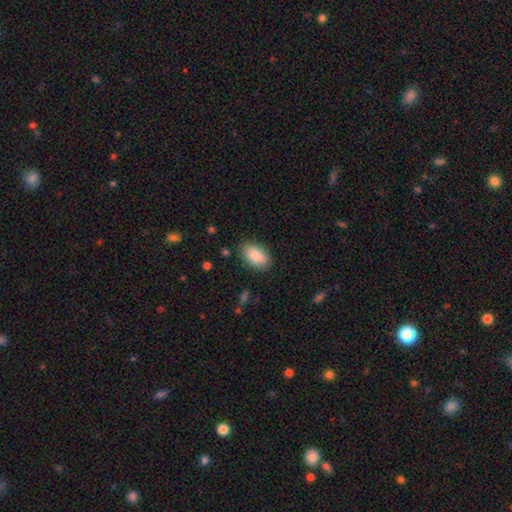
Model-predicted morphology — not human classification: type=smooth (87%); roundness=in between (92%); merging=none (85%).